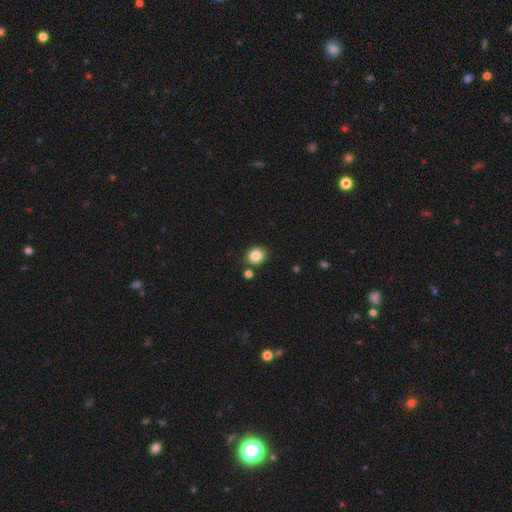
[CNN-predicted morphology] Smooth or featured? Predicted: smooth (p=0.84). How rounded? Predicted: round (p=0.62). Merging? Predicted: none (p=0.82).